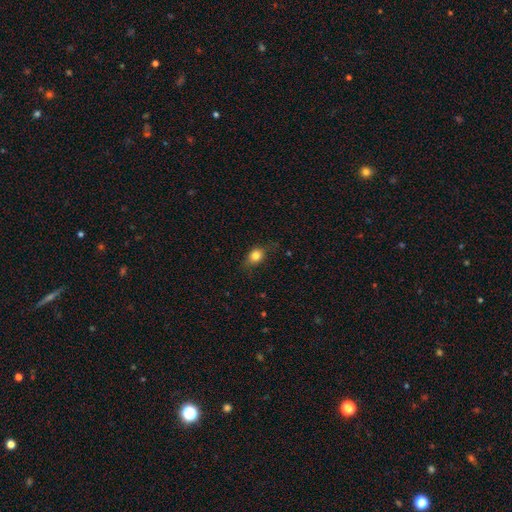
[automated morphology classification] type=smooth (80%); roundness=in between (54%); merging=none (69%).